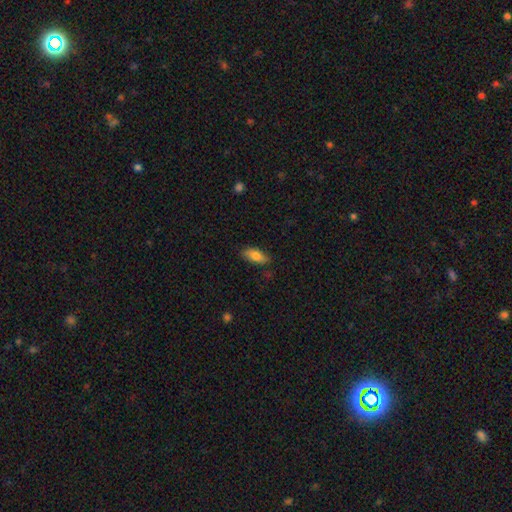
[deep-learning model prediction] Q: Smooth or featured?
A: smooth (79%); runner-up: featured or disk (14%)
Q: How rounded?
A: in between (79%); runner-up: cigar-shaped (18%)
Q: Merging?
A: none (80%); runner-up: minor disturbance (16%)